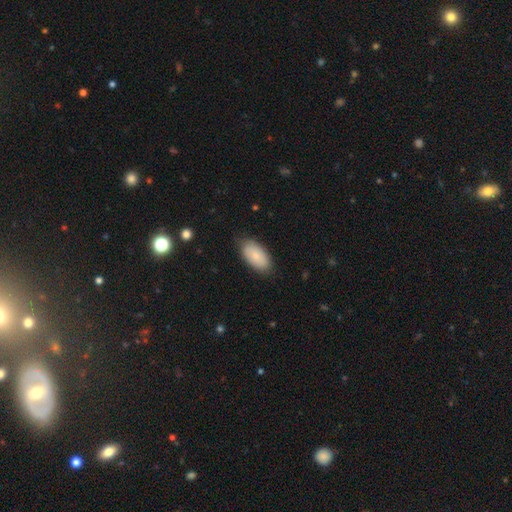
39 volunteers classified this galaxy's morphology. Smooth or featured? 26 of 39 (67%) said smooth. How rounded? 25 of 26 (96%) said in between. Merging? 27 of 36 (75%) said none.